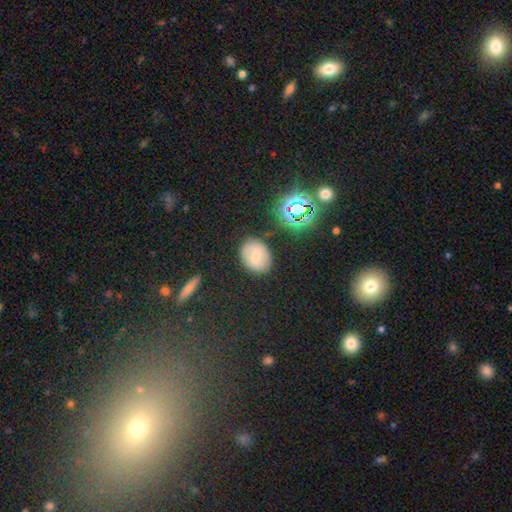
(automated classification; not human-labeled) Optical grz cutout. It shows a smooth galaxy with no disk features (60%) that is in between round and cigar-shaped (56%). Merging: none (79%).